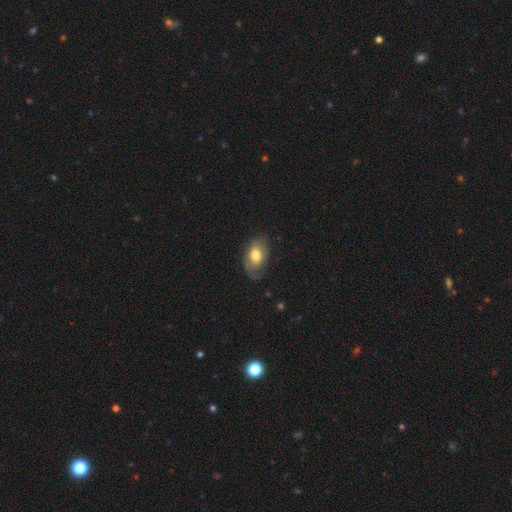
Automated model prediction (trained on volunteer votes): Overall: smooth (57%; featured or disk 37%). How rounded: in between (88%). Merging: none (63%; minor disturbance 24%).